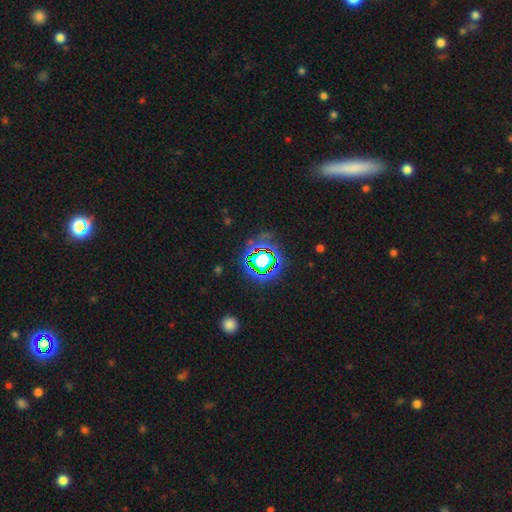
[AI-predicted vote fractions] smooth_or_featured: star or artifact (p=0.59) [alt: smooth p=0.27]